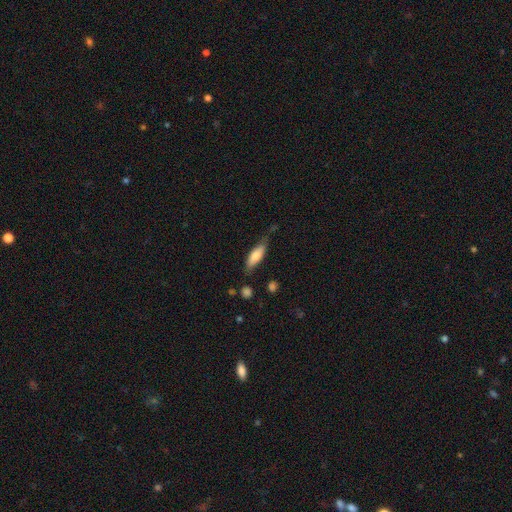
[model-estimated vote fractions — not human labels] smooth 73%, featured or disk 21%, star or artifact 6%. Down the decision tree: how rounded — in between (56%); merging — none (63%).